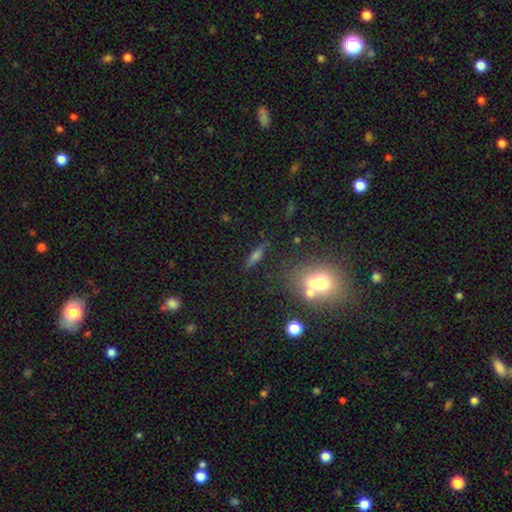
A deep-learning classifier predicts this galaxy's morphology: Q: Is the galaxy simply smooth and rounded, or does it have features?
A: smooth — 47%.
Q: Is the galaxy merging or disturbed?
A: none — 78%.